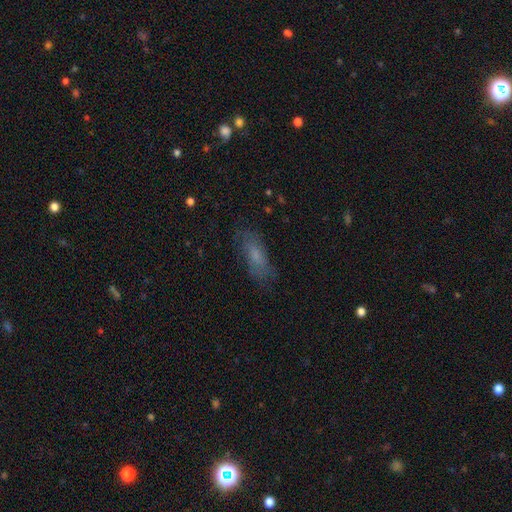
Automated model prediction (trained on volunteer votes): smooth_or_featured: smooth (p=0.58) [alt: featured or disk p=0.30]
how_rounded: in between (p=0.67) [alt: cigar-shaped p=0.30]
merging: none (p=0.72) [alt: minor disturbance p=0.18]